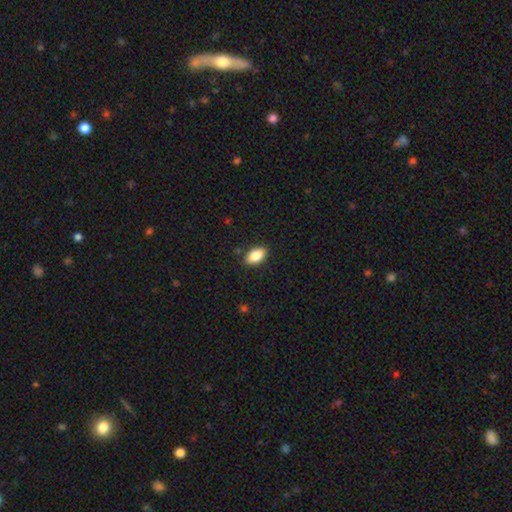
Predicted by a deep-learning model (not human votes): Smooth or featured: smooth — 85% (featured or disk — 8%)
How rounded: in between — 91% (round — 5%)
Merging: none — 87% (minor disturbance — 10%)